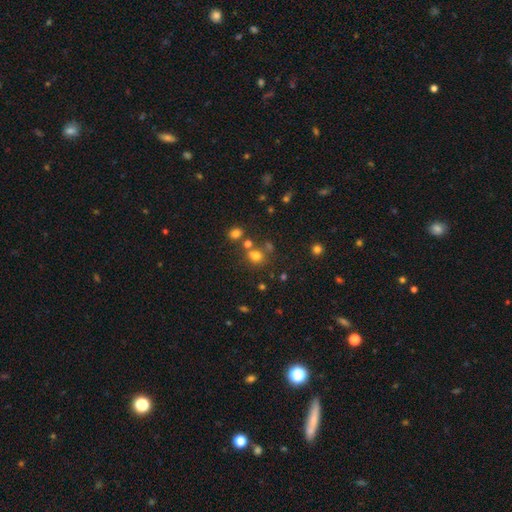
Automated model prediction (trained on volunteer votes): Smooth or featured? Predicted: smooth (p=0.71). How rounded? Predicted: round (p=0.75). Merging? Predicted: none (p=0.63).